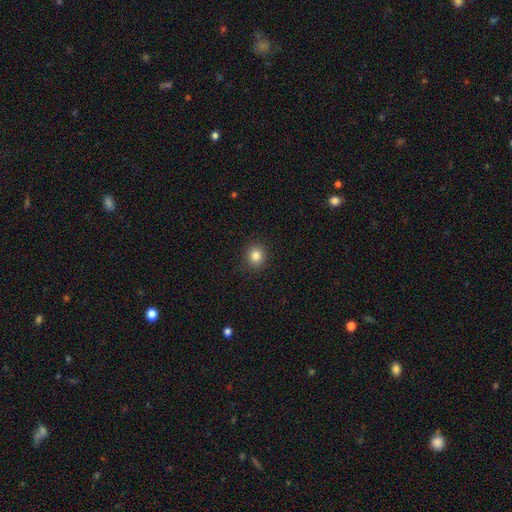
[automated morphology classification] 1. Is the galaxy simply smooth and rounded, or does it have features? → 83% smooth, 11% star or artifact, 5% featured or disk.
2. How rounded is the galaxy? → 85% round, 14% in between, 1% cigar-shaped.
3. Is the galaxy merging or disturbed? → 91% none, 6% minor disturbance, 2% major disturbance, 1% merger.